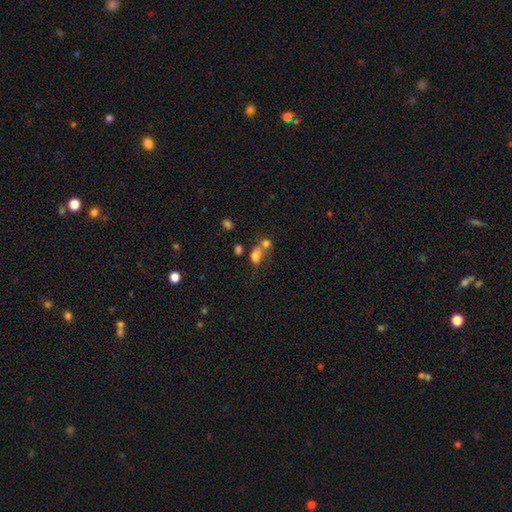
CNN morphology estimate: A smooth galaxy with no disk features (75%) that is in between round and cigar-shaped (73%).

Vote fractions:
- Smooth or featured? smooth: 75% / star or artifact: 13% / featured or disk: 12%
- How rounded? in between: 73% / round: 25% / cigar-shaped: 3%
- Merging? merger: 50% / none: 31% / minor disturbance: 12% / major disturbance: 8%